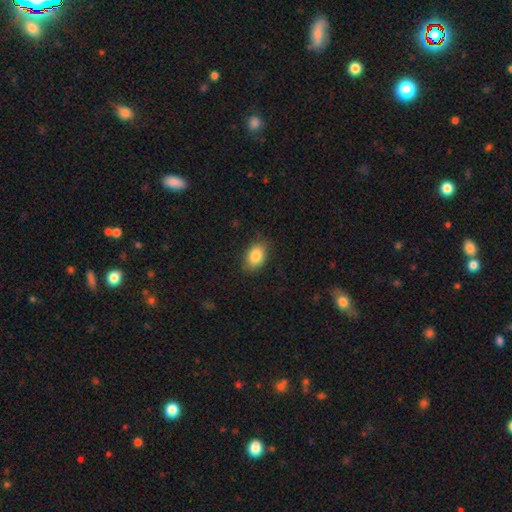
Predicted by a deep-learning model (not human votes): smooth-or-featured: smooth: 85% | star or artifact: 8% | featured or disk: 7%
  how-rounded: in between: 83% | round: 16% | cigar-shaped: 1%
  merging: none: 82% | minor disturbance: 14% | major disturbance: 3% | merger: 1%